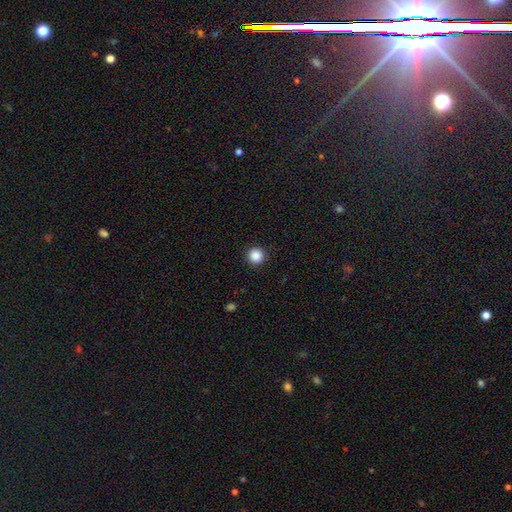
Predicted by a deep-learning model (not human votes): Smooth or featured?
  - smooth: 87% *
  - star or artifact: 10%
  - featured or disk: 3%
How rounded?
  - round: 96% *
  - in between: 3%
  - cigar-shaped: 1%
Merging?
  - none: 92% *
  - minor disturbance: 5%
  - major disturbance: 2%
  - merger: 1%